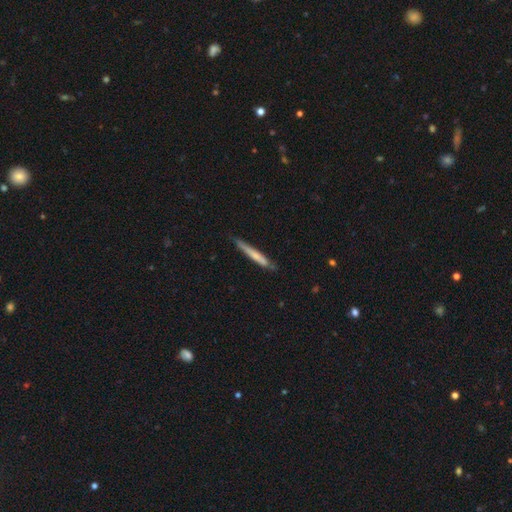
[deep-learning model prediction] Overall: smooth (61%; featured or disk 33%). How rounded: cigar-shaped (95%). Merging: none (69%).